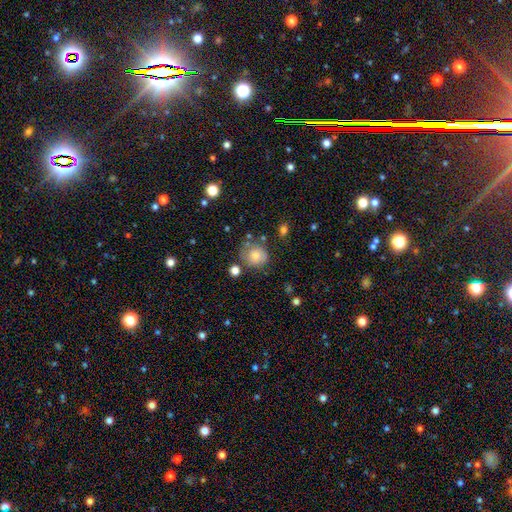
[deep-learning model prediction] A smooth galaxy with no disk features (70%) that is round (84%). Merging: none (62%).